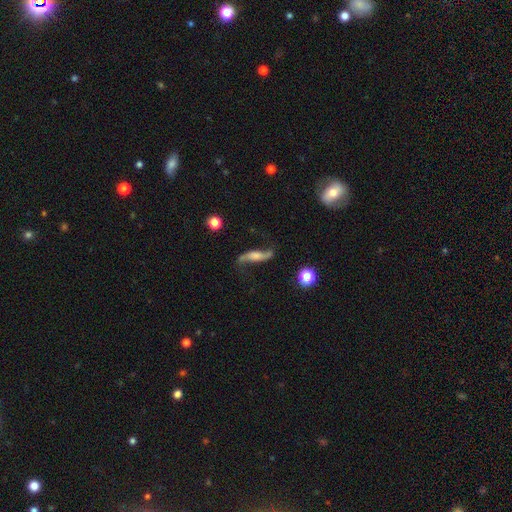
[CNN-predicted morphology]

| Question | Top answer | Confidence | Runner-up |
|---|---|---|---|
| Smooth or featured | featured or disk | 77% | smooth (15%) |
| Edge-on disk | no | 82% | yes (18%) |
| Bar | no | 51% | weak (29%) |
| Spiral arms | yes | 94% | no (6%) |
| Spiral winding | loose | 90% | medium (7%) |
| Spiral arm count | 2 | 93% | 1 (2%) |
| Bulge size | small | 32% | moderate (30%) |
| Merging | none | 67% | minor disturbance (18%) |